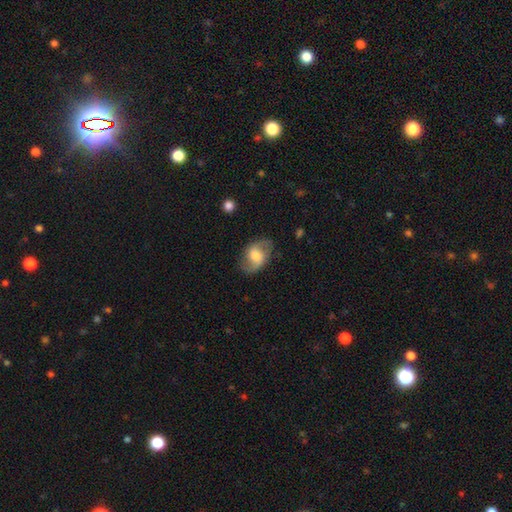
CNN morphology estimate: smooth_or_featured: featured or disk (p=0.65) [alt: smooth p=0.28]
disk_edge_on: no (p=0.96) [alt: yes p=0.04]
bar: weak (p=0.47) [alt: no p=0.39]
has_spiral_arms: yes (p=0.90) [alt: no p=0.10]
spiral_winding: loose (p=0.51) [alt: medium p=0.39]
spiral_arm_count: 2 (p=0.89) [alt: can't tell p=0.05]
bulge_size: moderate (p=0.49) [alt: large p=0.23]
merging: none (p=0.77) [alt: minor disturbance p=0.16]